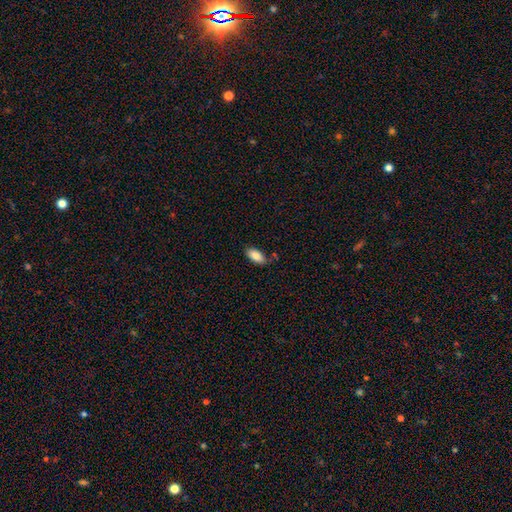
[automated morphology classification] This is clearly a smooth galaxy (84%). How rounded: clearly in between (90%). Merging: likely none (73%).